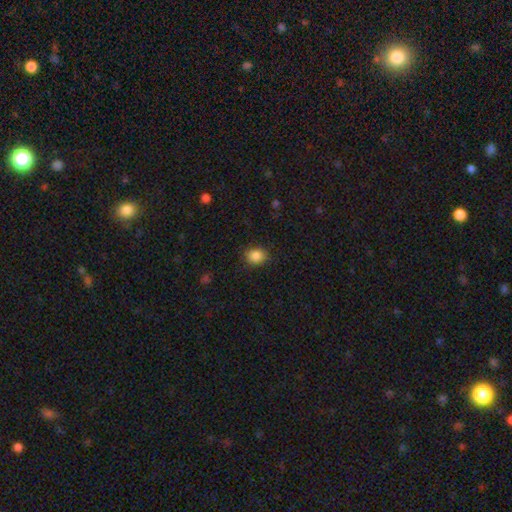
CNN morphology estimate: The model was most divided on "how rounded": round: 61%, in between: 38%, cigar-shaped: 1%. More confident: smooth or featured — smooth (87%); merging — none (86%).